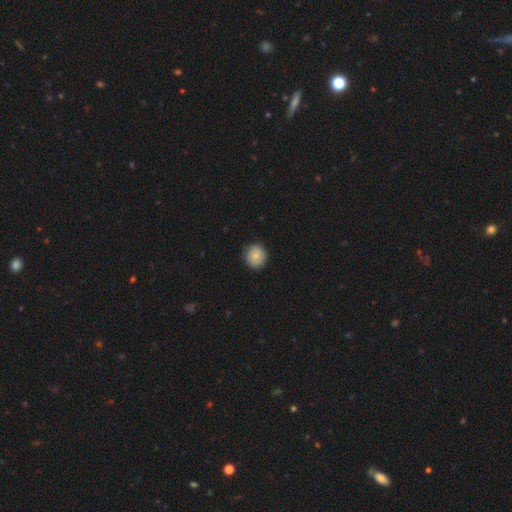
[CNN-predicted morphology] A smooth galaxy with no disk features (85%) that is round (91%).

Vote fractions:
- Smooth or featured? smooth: 85% / star or artifact: 8% / featured or disk: 7%
- How rounded? round: 91% / in between: 8% / cigar-shaped: 1%
- Merging? none: 89% / minor disturbance: 8% / major disturbance: 2% / merger: 1%